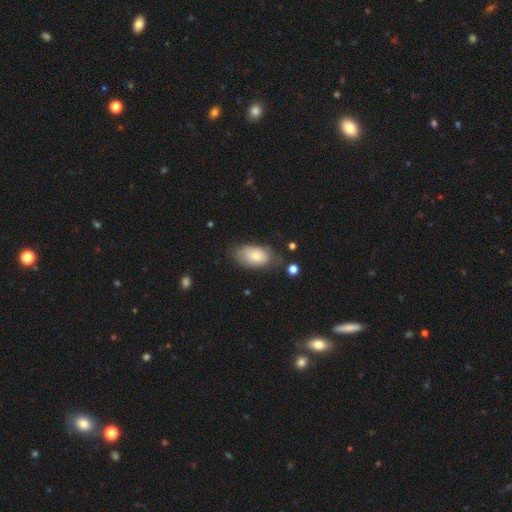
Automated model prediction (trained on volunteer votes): Smooth or featured: smooth — 71% (featured or disk — 21%)
How rounded: in between — 92% (round — 6%)
Merging: none — 62% (minor disturbance — 27%)